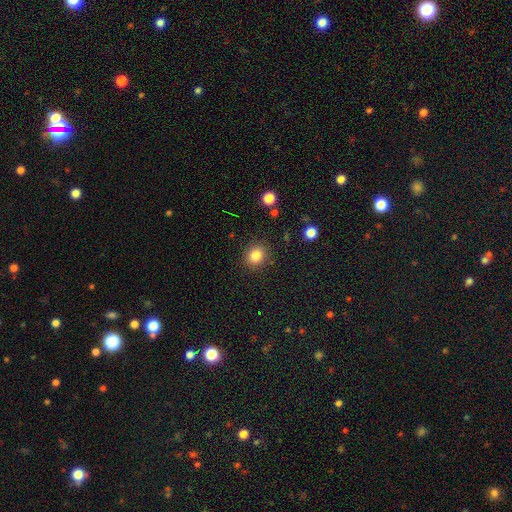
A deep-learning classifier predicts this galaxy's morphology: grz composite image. It shows a smooth galaxy with no disk features (83%) that is round (79%). Merging: none (88%).